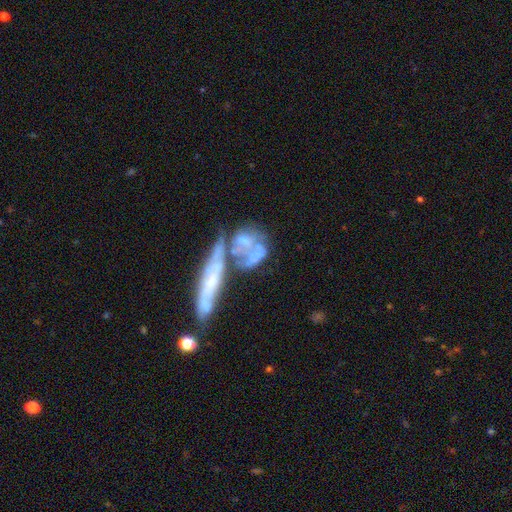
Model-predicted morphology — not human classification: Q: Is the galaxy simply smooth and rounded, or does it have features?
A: featured or disk — 55%.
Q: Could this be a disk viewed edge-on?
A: no — 88%.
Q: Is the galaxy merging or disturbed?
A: merger — 50%.